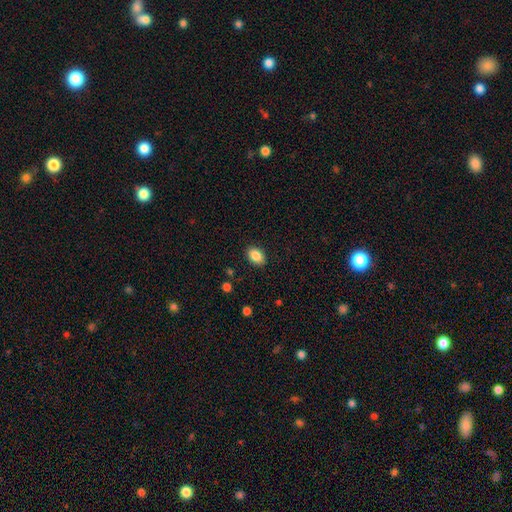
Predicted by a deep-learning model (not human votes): smooth-or-featured: smooth: 88% | star or artifact: 8% | featured or disk: 4%
  how-rounded: in between: 80% | round: 19% | cigar-shaped: 1%
  merging: none: 88% | minor disturbance: 9% | major disturbance: 2% | merger: 1%